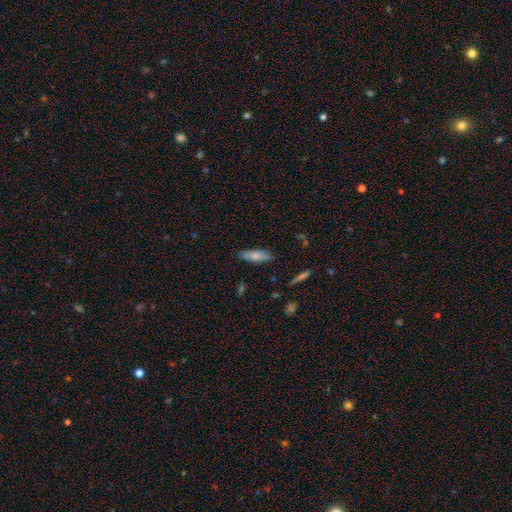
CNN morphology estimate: This is likely a smooth galaxy (73%). How rounded: possibly in between (51%). Merging: clearly none (83%).